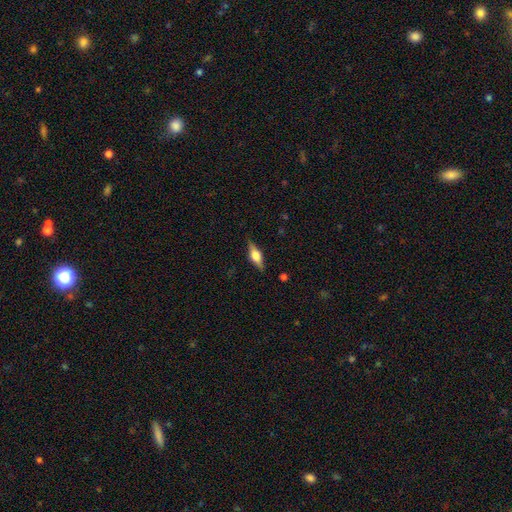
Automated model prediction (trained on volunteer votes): Smooth or featured? Predicted: featured or disk (p=0.60). Edge-on disk? Predicted: yes (p=0.95). Edge-on bulge? Predicted: rounded (p=0.89). Merging? Predicted: none (p=0.85).